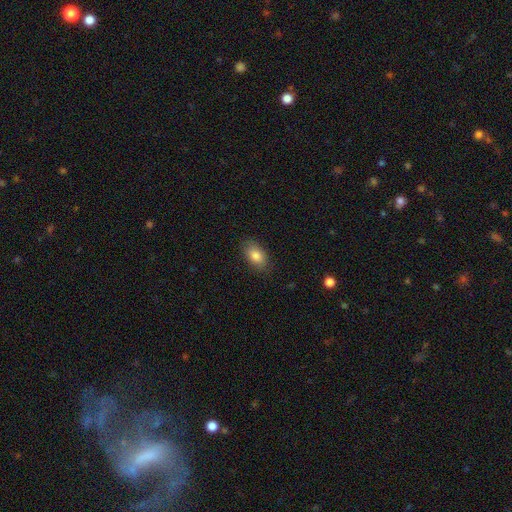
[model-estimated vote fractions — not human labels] A smooth galaxy with no disk features (85%) that is in between round and cigar-shaped (91%).

Vote fractions:
- Smooth or featured? smooth: 85% / featured or disk: 8% / star or artifact: 7%
- How rounded? in between: 91% / round: 7% / cigar-shaped: 2%
- Merging? none: 85% / minor disturbance: 11% / major disturbance: 3% / merger: 1%